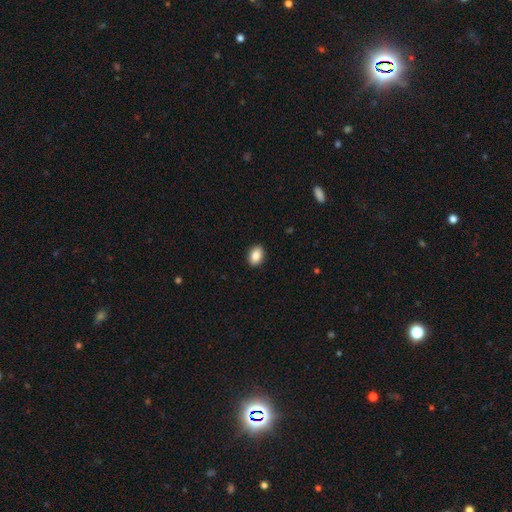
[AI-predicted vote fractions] Q: Smooth or featured?
A: smooth (87%); runner-up: star or artifact (8%)
Q: How rounded?
A: in between (81%); runner-up: round (18%)
Q: Merging?
A: none (91%); runner-up: minor disturbance (6%)